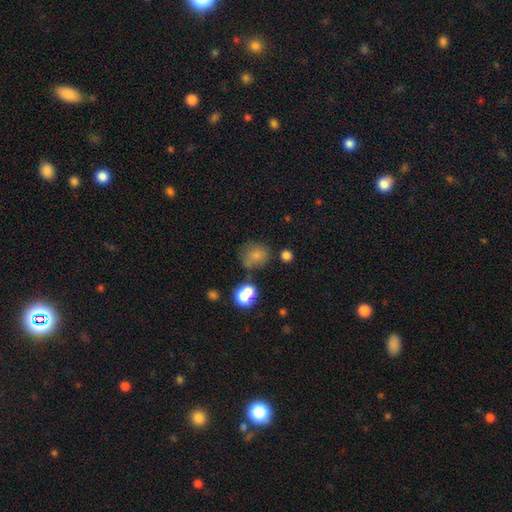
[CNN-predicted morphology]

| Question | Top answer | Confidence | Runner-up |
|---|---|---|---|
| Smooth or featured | smooth | 76% | star or artifact (14%) |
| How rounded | round | 77% | in between (22%) |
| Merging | none | 59% | minor disturbance (18%) |